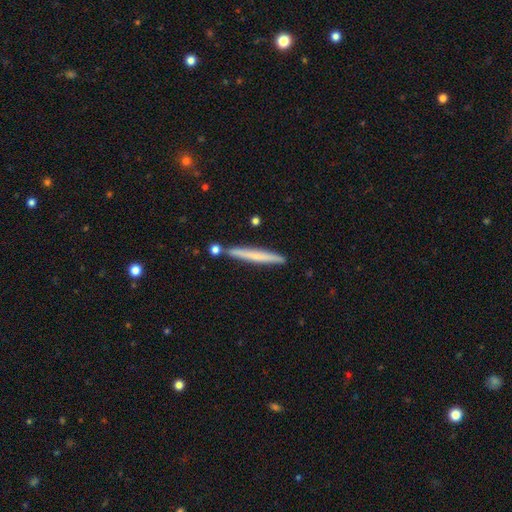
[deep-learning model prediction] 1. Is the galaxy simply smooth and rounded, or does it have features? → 56% smooth, 37% featured or disk, 6% star or artifact.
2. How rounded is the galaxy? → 96% cigar-shaped, 2% in between, 1% round.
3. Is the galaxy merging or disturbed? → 86% none, 8% minor disturbance, 4% merger, 2% major disturbance.